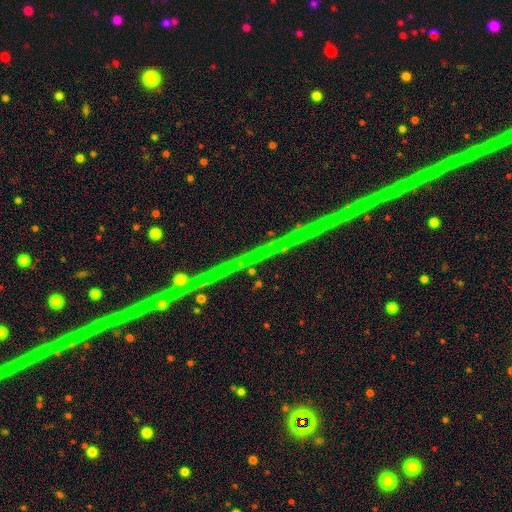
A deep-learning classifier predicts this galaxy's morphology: smooth_or_featured: star or artifact (p=0.72) [alt: featured or disk p=0.18]